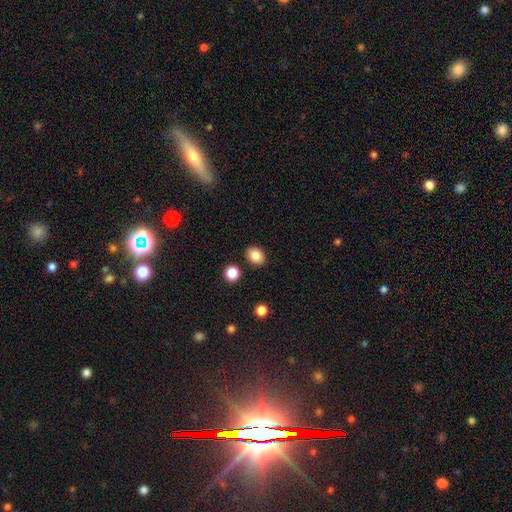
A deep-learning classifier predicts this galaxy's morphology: This is clearly a smooth galaxy (85%). How rounded: likely in between (63%). Merging: clearly none (86%).